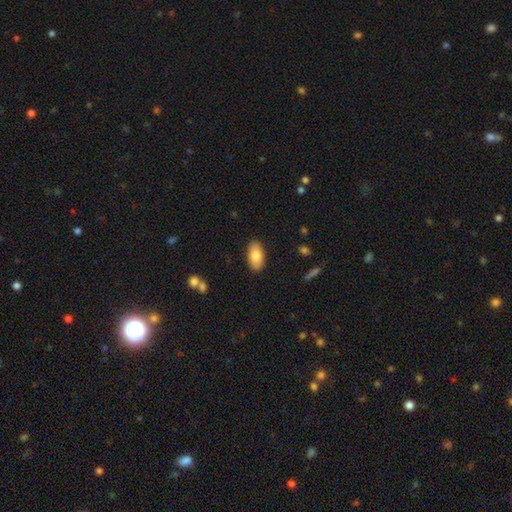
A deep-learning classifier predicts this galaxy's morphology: This appears to be a smooth galaxy with no disk features (78%) that is in between round and cigar-shaped (93%). Merging: none (88%).